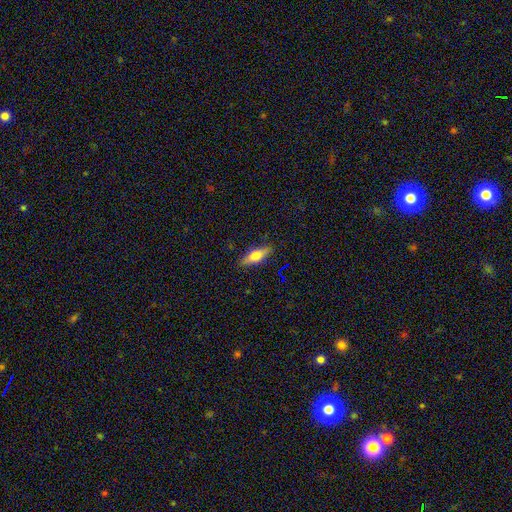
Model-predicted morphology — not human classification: smooth-or-featured: smooth: 62% | featured or disk: 31% | star or artifact: 7%
  how-rounded: in between: 54% | cigar-shaped: 43% | round: 3%
  merging: none: 86% | minor disturbance: 10% | major disturbance: 2% | merger: 1%